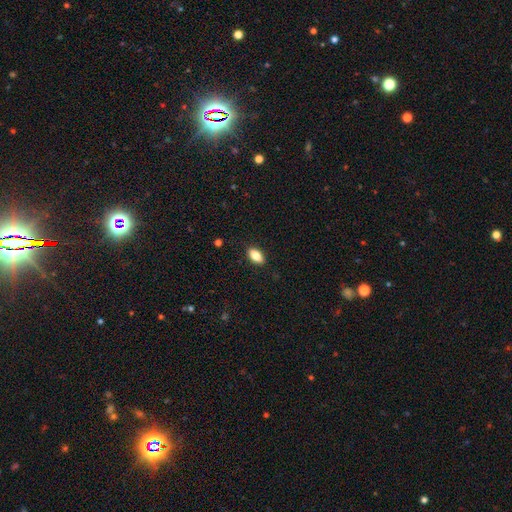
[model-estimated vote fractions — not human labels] smooth_or_featured: smooth (p=0.82) [alt: featured or disk p=0.11]
how_rounded: in between (p=0.89) [alt: cigar-shaped p=0.07]
merging: none (p=0.88) [alt: minor disturbance p=0.09]